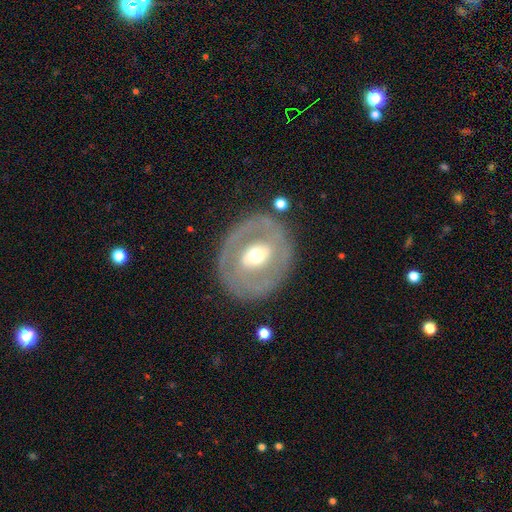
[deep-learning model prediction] featured or disk 64%, smooth 30%, star or artifact 6%. Down the decision tree: edge-on disk — no (94%); bar — no (46%); spiral arms — no (75%); bulge size — moderate (68%); merging — none (79%).